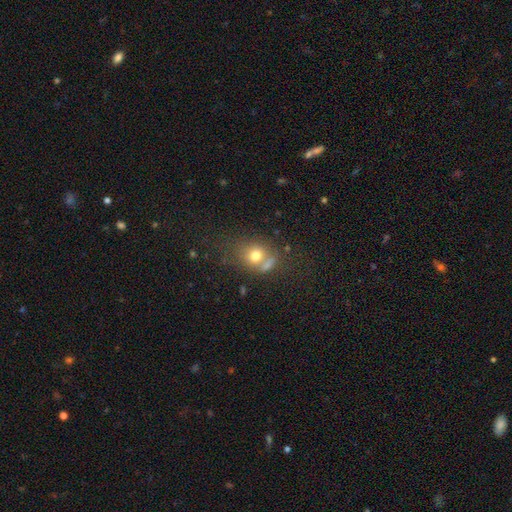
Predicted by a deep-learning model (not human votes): Morphology: type=smooth (73%); roundness=round (68%); merging=none (45%).